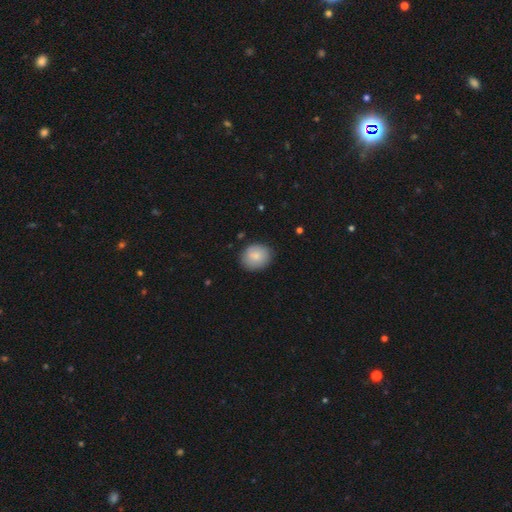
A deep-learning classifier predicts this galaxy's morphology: Overall: smooth (83%). How rounded: round (72%). Merging: none (85%).